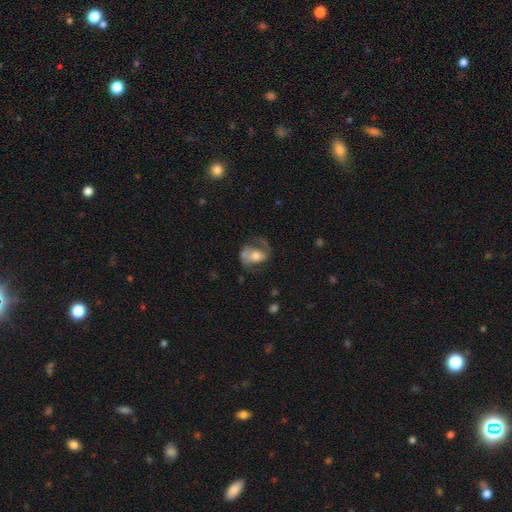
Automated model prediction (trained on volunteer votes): Morphology: type=featured or disk (67%); edge-on=no (96%); bar=no (52%); spiral arms=yes (79%); winding=medium (46%); arm count=2 (76%); bulge=moderate (63%); merging=none (49%).